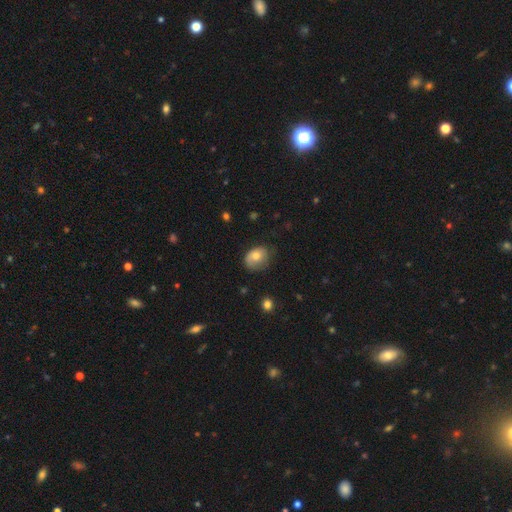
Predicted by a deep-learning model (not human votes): A smooth galaxy with no disk features (70%) that is in between round and cigar-shaped (61%). Merging: none (54%).